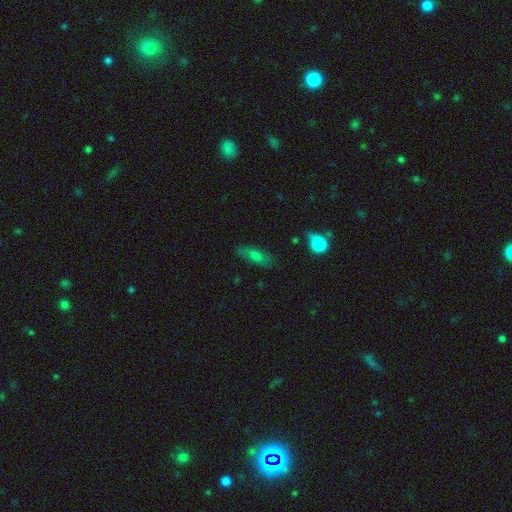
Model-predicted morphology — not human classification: Smooth or featured? smooth (57%)
How rounded? in between (65%)
Merging? none (76%)